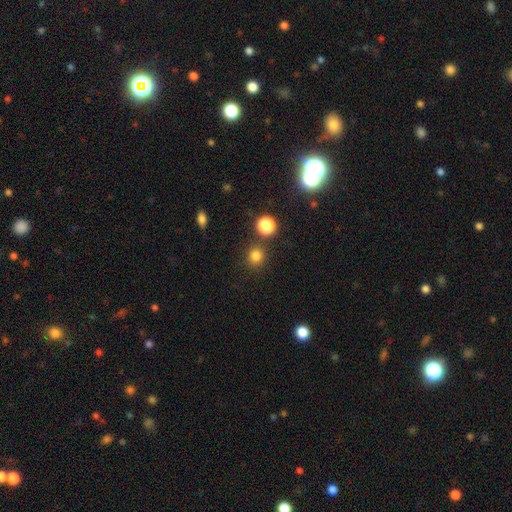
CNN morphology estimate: Q: Smooth or featured?
A: smooth (81%); runner-up: star or artifact (15%)
Q: How rounded?
A: round (89%); runner-up: in between (10%)
Q: Merging?
A: none (84%); runner-up: minor disturbance (7%)